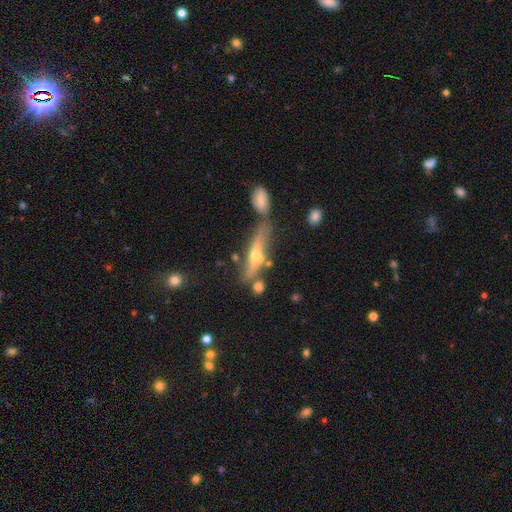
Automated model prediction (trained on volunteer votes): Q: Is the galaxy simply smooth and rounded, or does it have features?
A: featured or disk — 60%.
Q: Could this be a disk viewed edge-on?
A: yes — 86%.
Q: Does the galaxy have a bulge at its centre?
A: rounded — 92%.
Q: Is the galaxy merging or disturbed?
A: none — 59%.